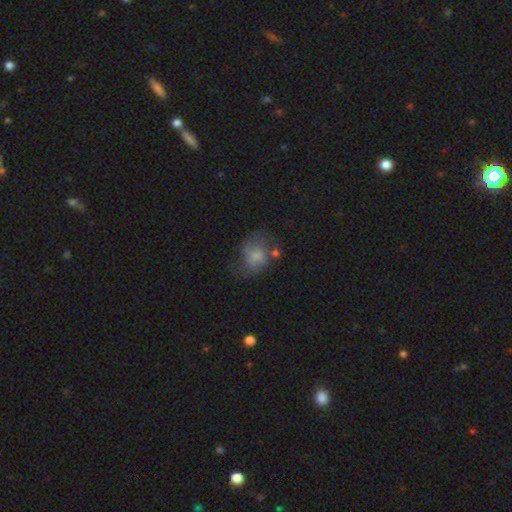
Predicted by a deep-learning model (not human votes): smooth 56%, featured or disk 33%, star or artifact 10%. Down the decision tree: how rounded — in between (53%); merging — none (37%).